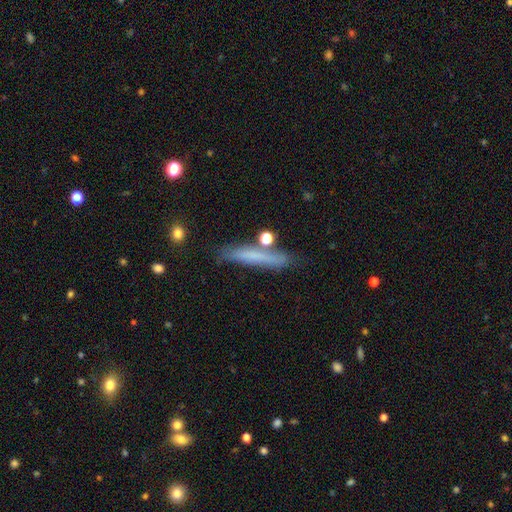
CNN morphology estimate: smooth_or_featured: smooth (p=0.63) [alt: featured or disk p=0.28]
how_rounded: cigar-shaped (p=0.92) [alt: in between p=0.06]
merging: none (p=0.75) [alt: minor disturbance p=0.15]